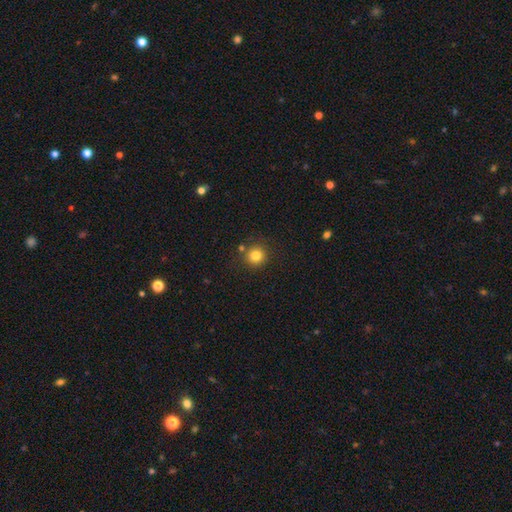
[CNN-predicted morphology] type=smooth (82%); roundness=round (93%); merging=none (81%).